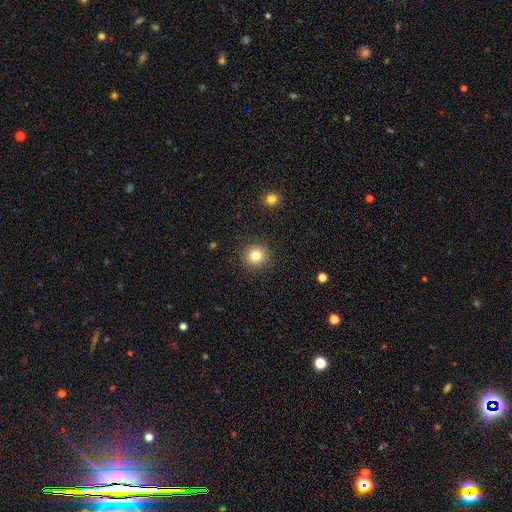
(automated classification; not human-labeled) This is clearly a smooth galaxy (80%). How rounded: clearly round (92%). Merging: clearly none (91%).